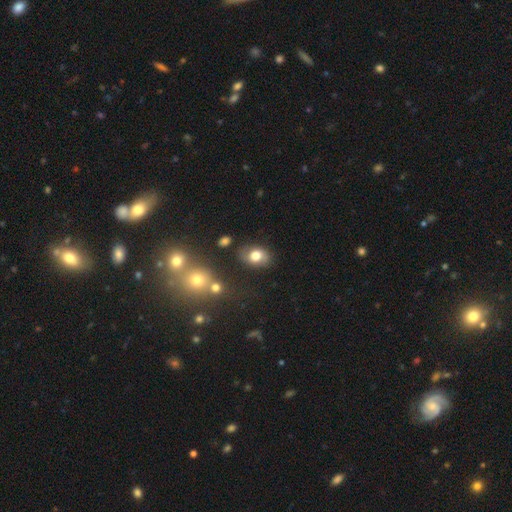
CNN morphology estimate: Smooth or featured: smooth — 72% (featured or disk — 19%)
How rounded: in between — 76% (round — 23%)
Merging: none — 76% (minor disturbance — 16%)